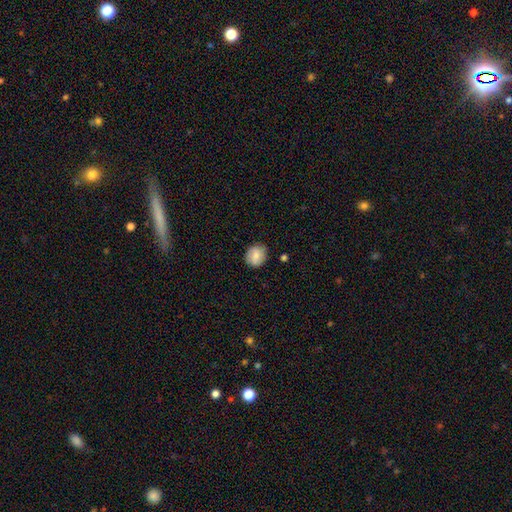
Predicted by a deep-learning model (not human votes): Overall: smooth (77%). How rounded: round (80%). Merging: none (83%).